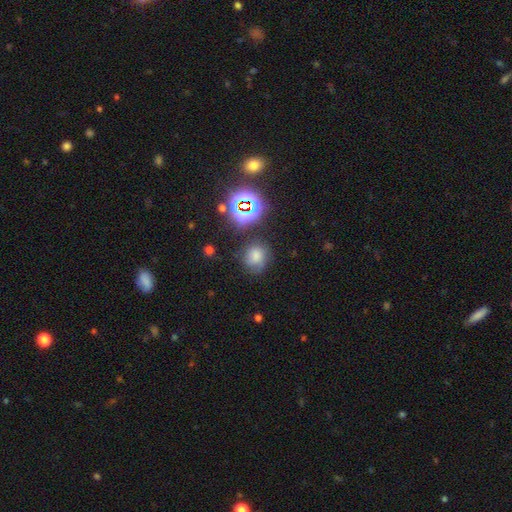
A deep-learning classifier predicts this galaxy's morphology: This is likely a smooth galaxy (68%). How rounded: likely round (79%). Merging: likely none (66%).